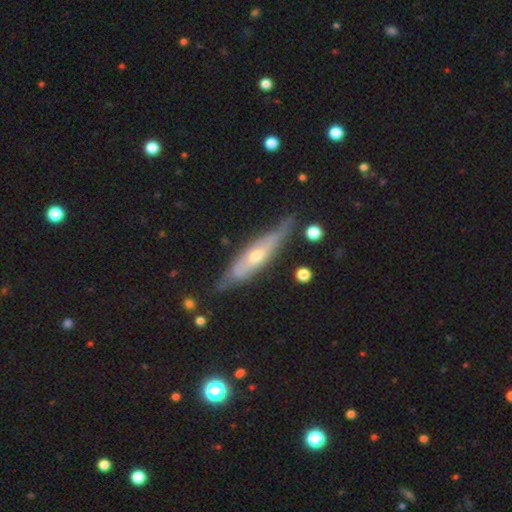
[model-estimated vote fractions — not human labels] Smooth or featured? Predicted: featured or disk (p=0.71). Edge-on disk? Predicted: yes (p=0.65). Merging? Predicted: none (p=0.71).